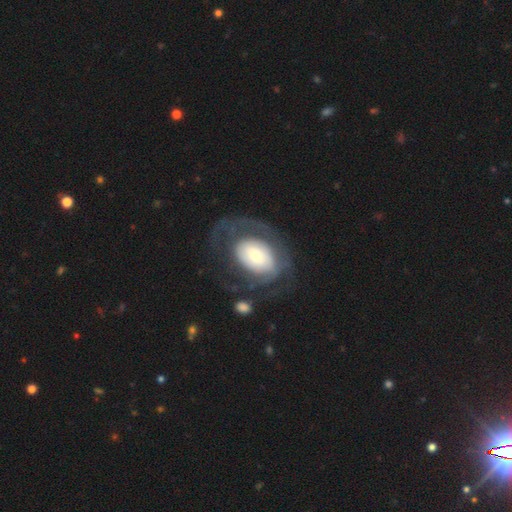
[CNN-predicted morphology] The model was most divided on "merging" (2-way tie): major disturbance: 40%, none: 40%, minor disturbance: 17%, merger: 3%. Remaining: edge-on disk — no (95%); bar — no (72%); spiral arms — yes (65%); smooth or featured — featured or disk (61%); bulge size — small (39%).